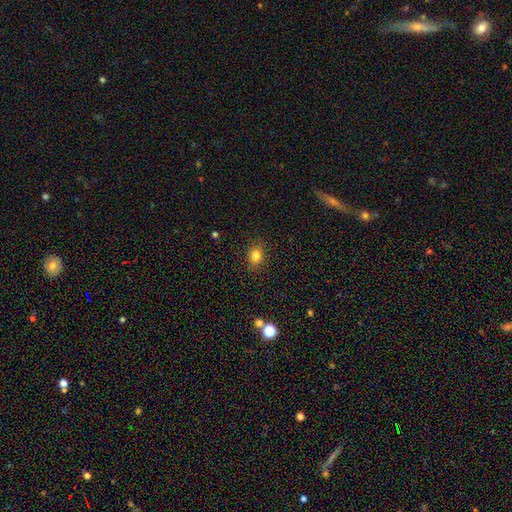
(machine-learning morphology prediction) This is clearly a smooth galaxy (82%). How rounded: possibly in between (53%). Merging: clearly none (87%).